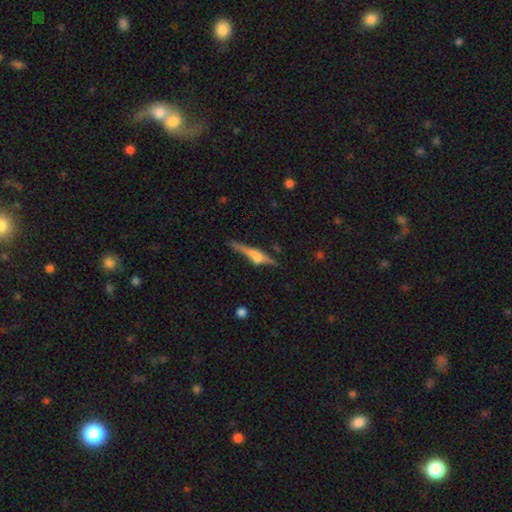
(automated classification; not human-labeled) featured or disk 67%, smooth 25%, star or artifact 8%. Down the decision tree: edge-on disk — yes (96%); edge-on bulge — rounded (67%); merging — none (72%).